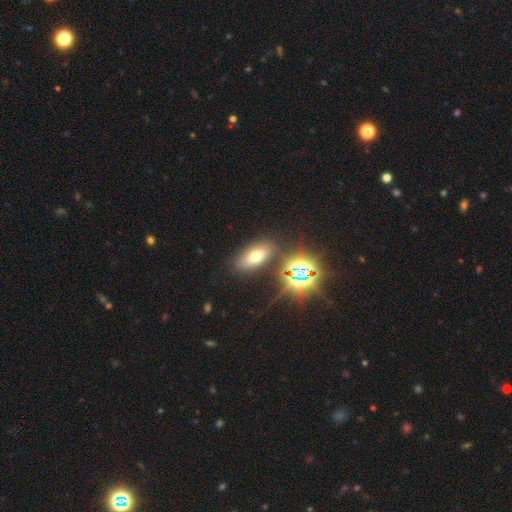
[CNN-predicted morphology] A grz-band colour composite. It shows a smooth galaxy with no disk features (52%) that is in between round and cigar-shaped (78%). Merging: none (83%).